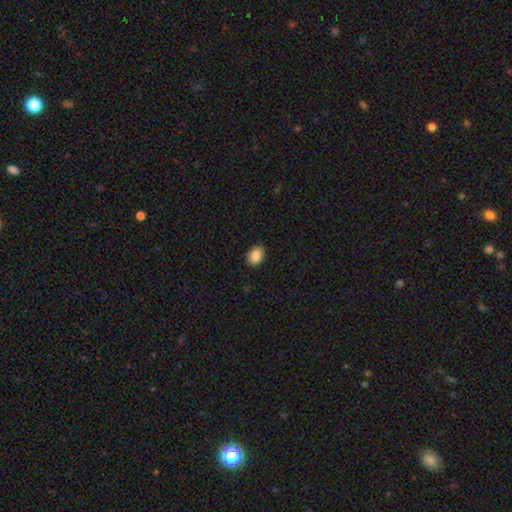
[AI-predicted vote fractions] Q: Smooth or featured?
A: smooth (87%); runner-up: star or artifact (8%)
Q: How rounded?
A: in between (72%); runner-up: round (27%)
Q: Merging?
A: none (89%); runner-up: minor disturbance (8%)